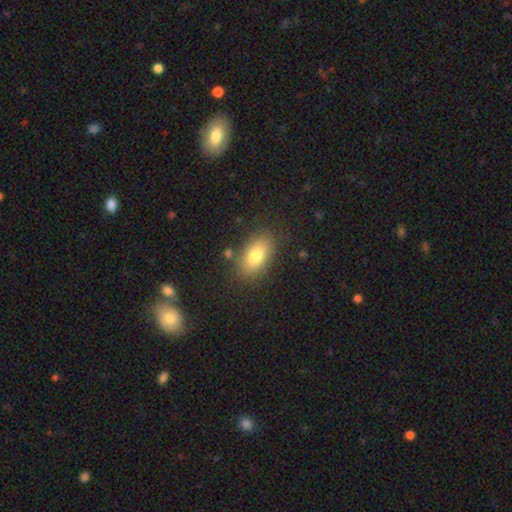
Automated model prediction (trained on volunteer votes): The model was most divided on "smooth or featured": smooth: 79%, featured or disk: 12%, star or artifact: 9%. More confident: how rounded — in between (88%); merging — none (81%).